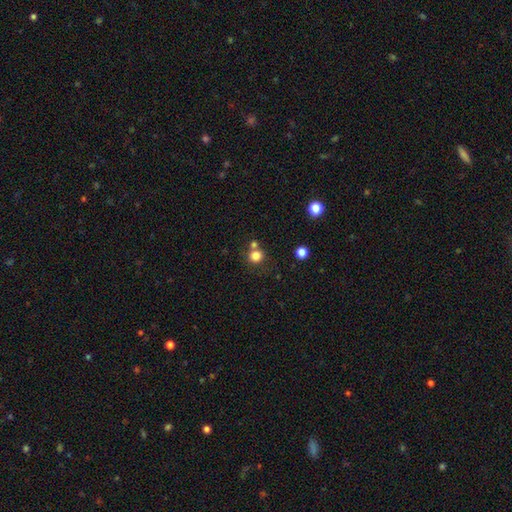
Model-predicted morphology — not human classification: type=smooth (81%); roundness=round (88%); merging=none (64%).